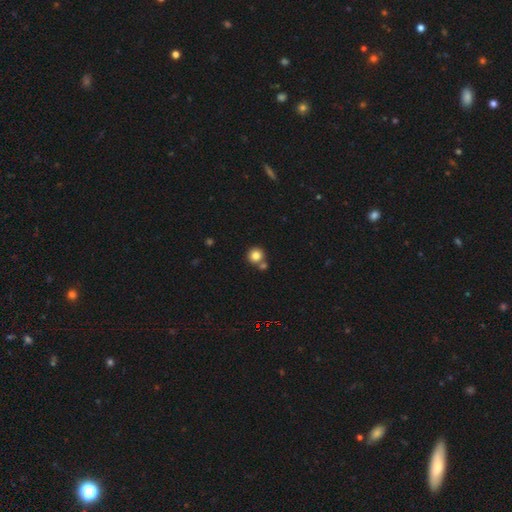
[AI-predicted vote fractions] Smooth or featured? smooth (82%)
How rounded? round (93%)
Merging? none (67%)